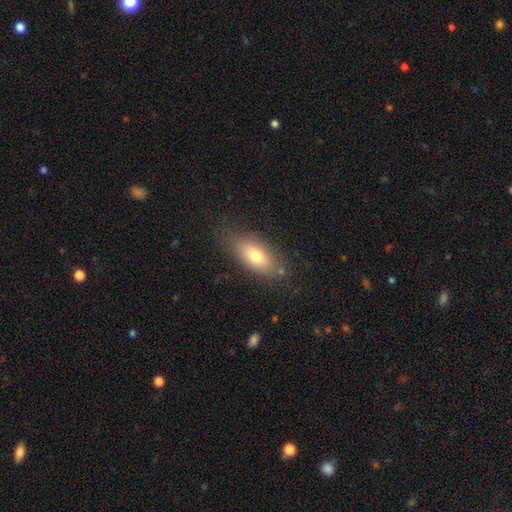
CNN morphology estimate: Smooth or featured? smooth (73%)
How rounded? in between (85%)
Merging? none (73%)